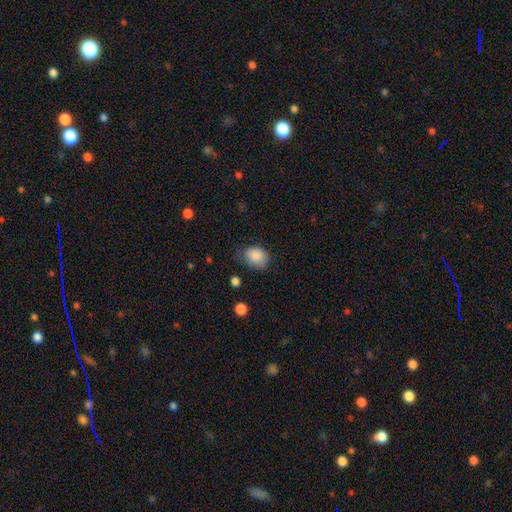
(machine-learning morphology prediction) A smooth galaxy with no disk features (87%) that is in between round and cigar-shaped (59%).

Vote fractions:
- Smooth or featured? smooth: 87% / star or artifact: 8% / featured or disk: 5%
- How rounded? in between: 59% / round: 40% / cigar-shaped: 1%
- Merging? none: 64% / minor disturbance: 28% / major disturbance: 6% / merger: 2%